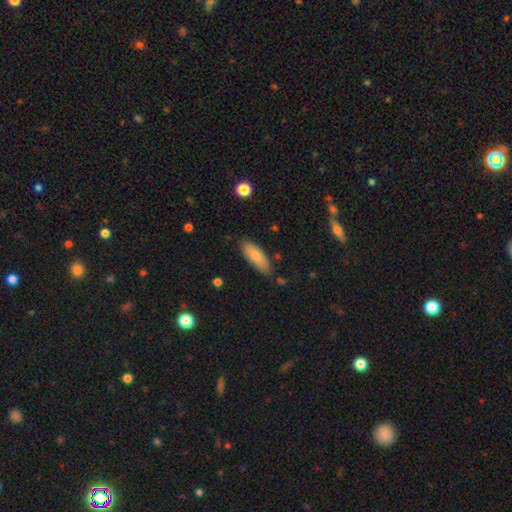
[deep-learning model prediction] smooth 82%, featured or disk 12%, star or artifact 6%. Down the decision tree: how rounded — in between (65%); merging — none (80%).